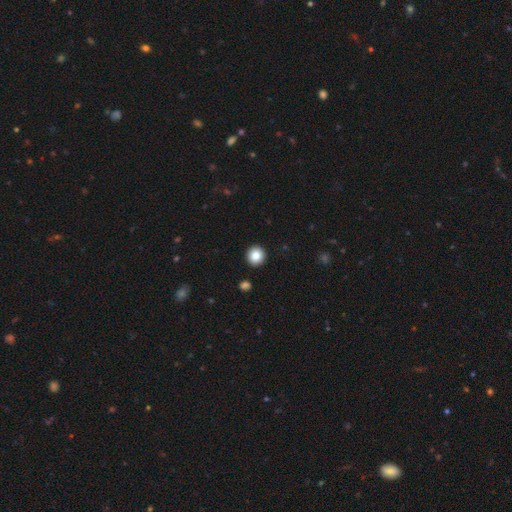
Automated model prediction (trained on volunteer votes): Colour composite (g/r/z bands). It shows a smooth galaxy with no disk features (84%) that is round (94%). Merging: none (93%).